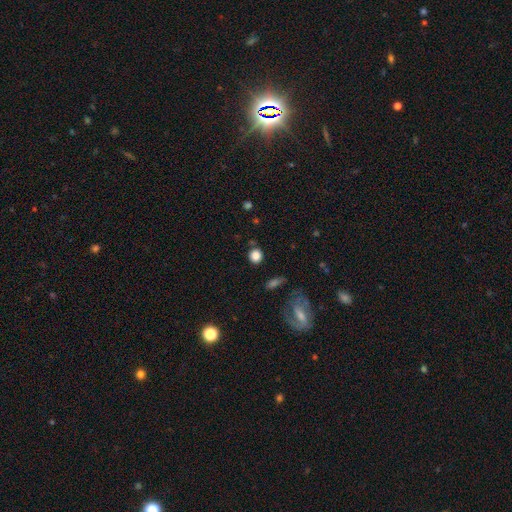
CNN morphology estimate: Smooth or featured?
  - smooth: 84% *
  - star or artifact: 11%
  - featured or disk: 5%
How rounded?
  - round: 88% *
  - in between: 11%
  - cigar-shaped: 1%
Merging?
  - none: 84% *
  - minor disturbance: 9%
  - merger: 3%
  - major disturbance: 3%